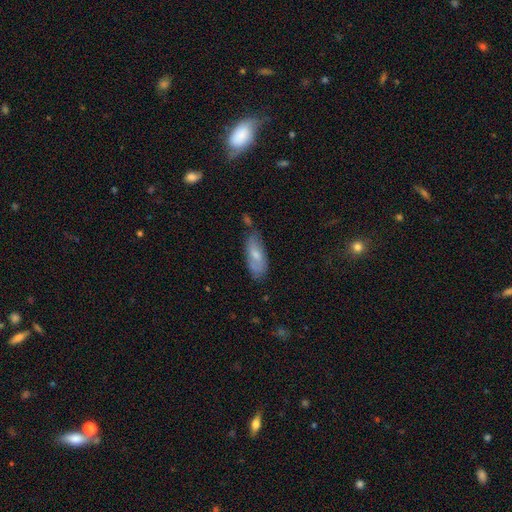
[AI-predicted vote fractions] Smooth or featured?
  - smooth: 65% *
  - featured or disk: 28%
  - star or artifact: 7%
How rounded?
  - in between: 73% *
  - cigar-shaped: 24%
  - round: 2%
Merging?
  - none: 63% *
  - minor disturbance: 25%
  - major disturbance: 6%
  - merger: 6%